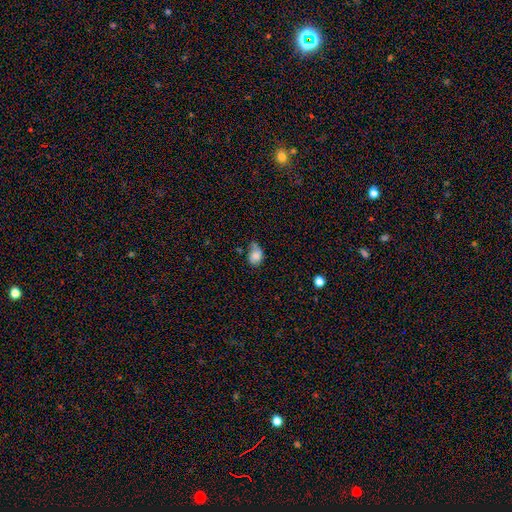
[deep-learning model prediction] A smooth galaxy with no disk features (70%) that is in between round and cigar-shaped (70%). Merging: minor disturbance (39%).